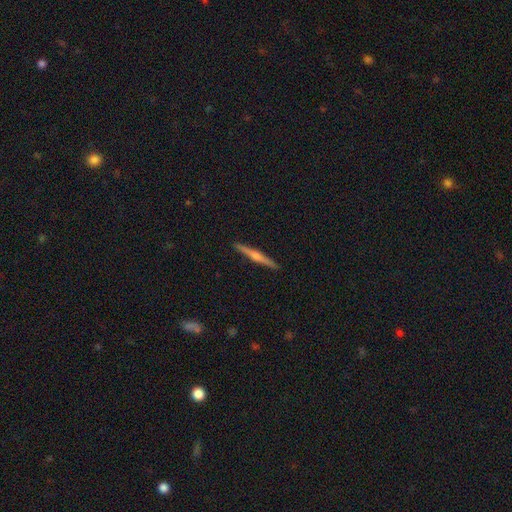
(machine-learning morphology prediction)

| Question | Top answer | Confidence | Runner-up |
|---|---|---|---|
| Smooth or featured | featured or disk | 74% | smooth (20%) |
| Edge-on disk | yes | 98% | no (2%) |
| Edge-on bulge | rounded | 83% | none (11%) |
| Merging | none | 92% | minor disturbance (6%) |